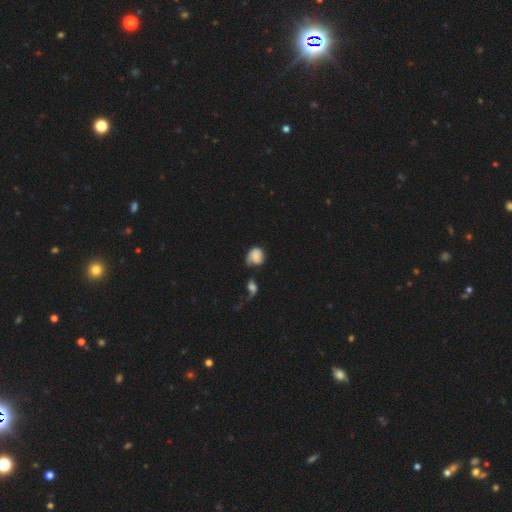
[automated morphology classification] This is likely a smooth galaxy (68%). How rounded: likely round (64%). Merging: marginally none (33%).